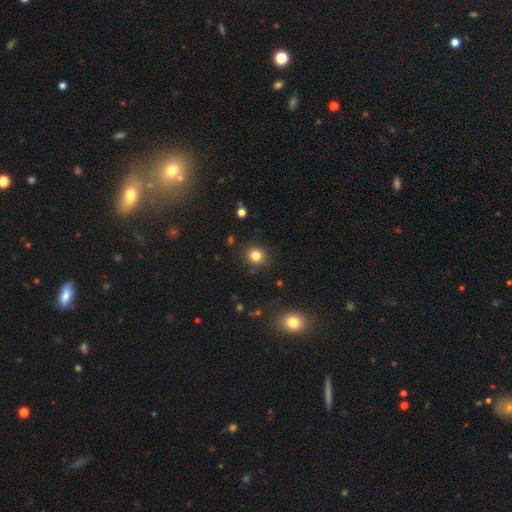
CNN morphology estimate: This is clearly a smooth galaxy (82%). How rounded: clearly round (83%). Merging: clearly none (88%).